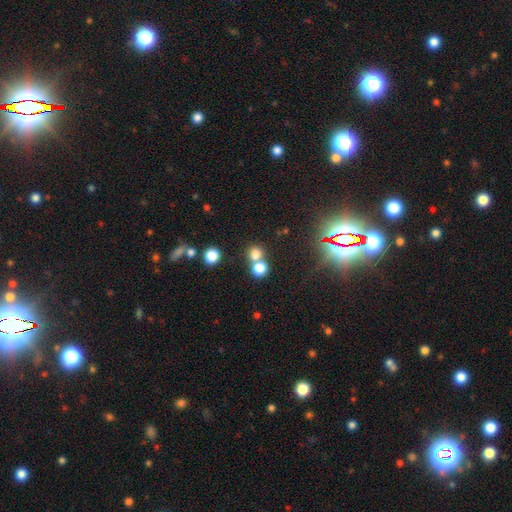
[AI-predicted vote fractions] Morphology: type=smooth (73%); roundness=round (82%); merging=none (50%).